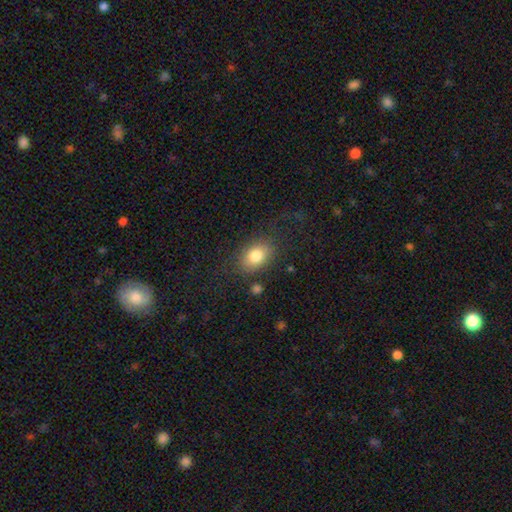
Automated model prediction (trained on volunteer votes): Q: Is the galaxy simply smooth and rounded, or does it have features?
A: smooth — 81%.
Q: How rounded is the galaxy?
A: in between — 81%.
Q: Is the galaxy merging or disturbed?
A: none — 75%.